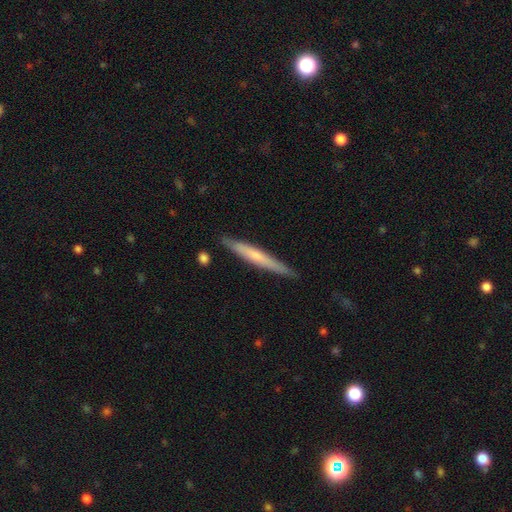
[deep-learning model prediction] Smooth or featured: smooth — 51% (featured or disk — 44%)
How rounded: cigar-shaped — 96% (in between — 3%)
Merging: none — 88% (minor disturbance — 9%)